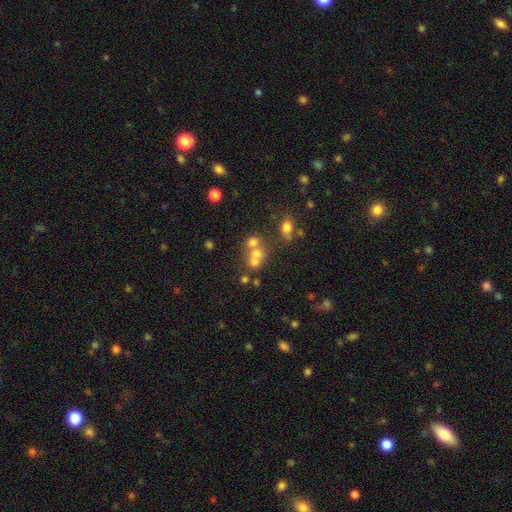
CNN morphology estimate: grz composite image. It shows a smooth galaxy with no disk features (60%) that is round (68%). Merging: merger (57%).